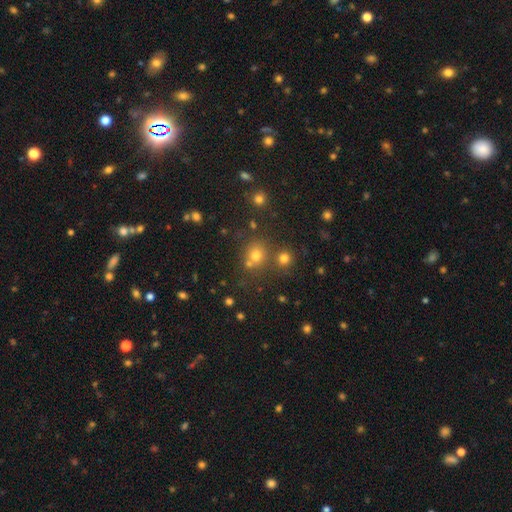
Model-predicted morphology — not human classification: Smooth or featured?
  - smooth: 66% *
  - star or artifact: 25%
  - featured or disk: 9%
How rounded?
  - round: 81% *
  - in between: 18%
  - cigar-shaped: 1%
Merging?
  - none: 65% *
  - merger: 22%
  - minor disturbance: 9%
  - major disturbance: 4%